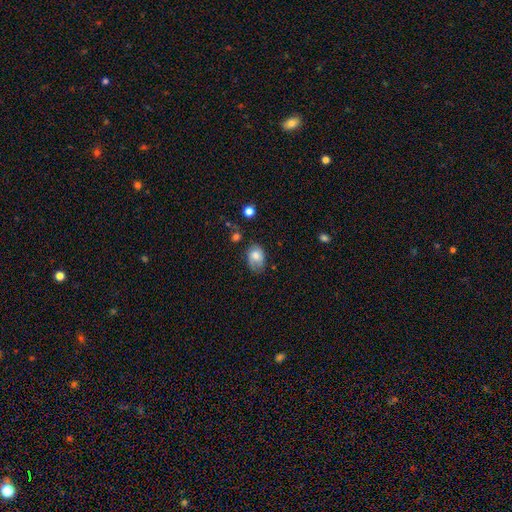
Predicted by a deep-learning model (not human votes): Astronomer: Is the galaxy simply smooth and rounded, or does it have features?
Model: smooth — 73%.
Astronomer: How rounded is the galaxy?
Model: in between — 78%.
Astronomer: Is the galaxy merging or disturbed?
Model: none — 56%.